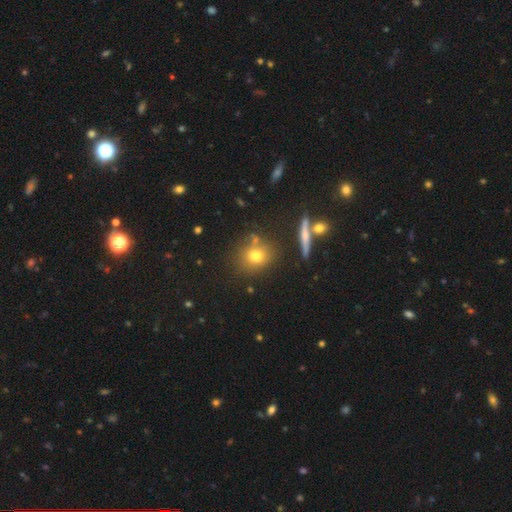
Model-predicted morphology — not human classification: A smooth galaxy with no disk features (71%) that is round (77%). Merging: none (75%).